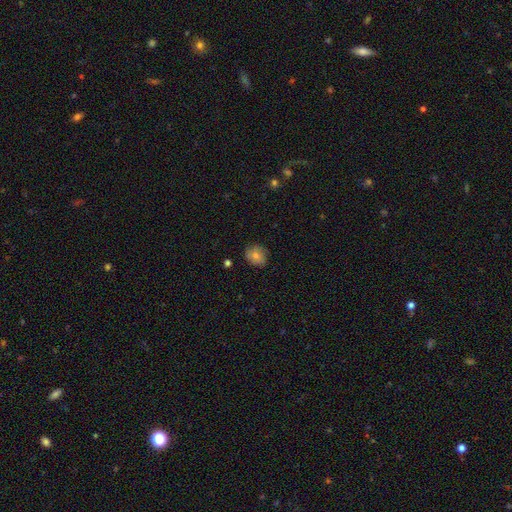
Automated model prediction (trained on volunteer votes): This appears to be a smooth galaxy with no disk features (74%) that is round (71%). Merging: none (80%).